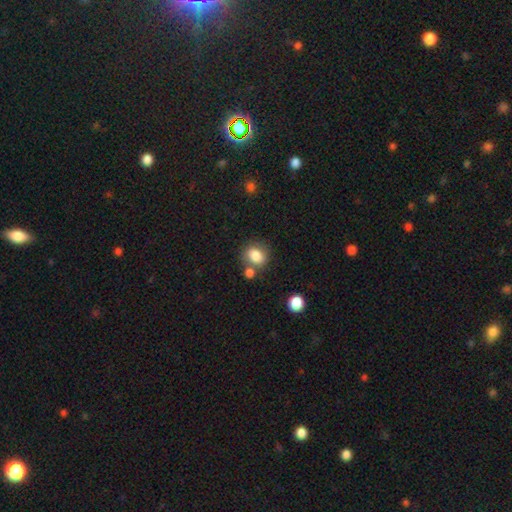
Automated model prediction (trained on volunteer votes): A smooth galaxy with no disk features (82%) that is round (56%). Merging: none (60%).